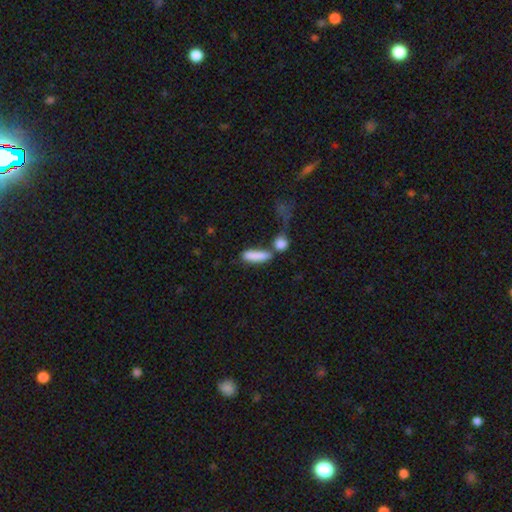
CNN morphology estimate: A smooth galaxy with no disk features (83%) that is cigar-shaped (58%). Merging: none (45%).